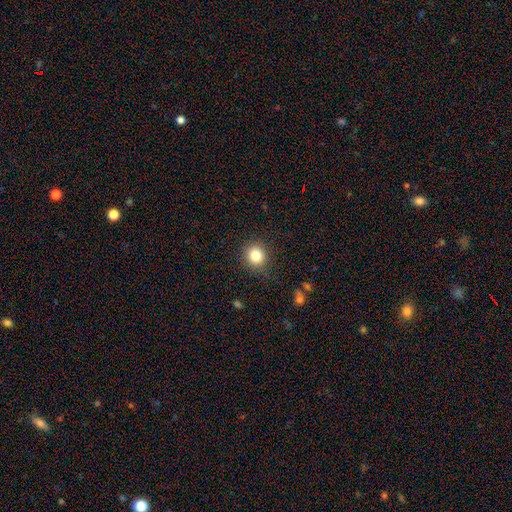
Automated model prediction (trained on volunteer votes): Q: Smooth or featured?
A: smooth (83%); runner-up: star or artifact (11%)
Q: How rounded?
A: round (88%); runner-up: in between (11%)
Q: Merging?
A: none (87%); runner-up: minor disturbance (9%)